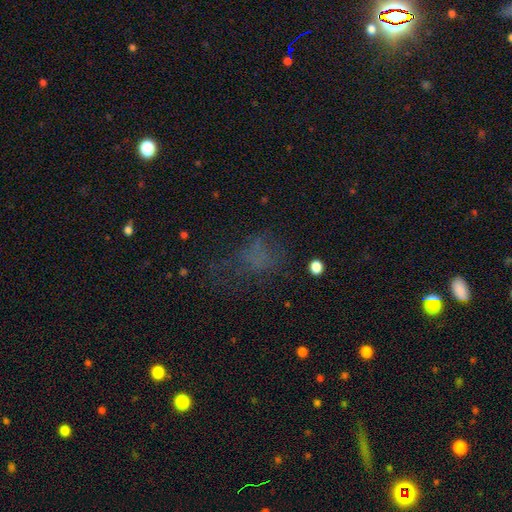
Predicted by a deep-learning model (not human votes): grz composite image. It shows a smooth galaxy with no disk features (48%). Merging: none (45%).